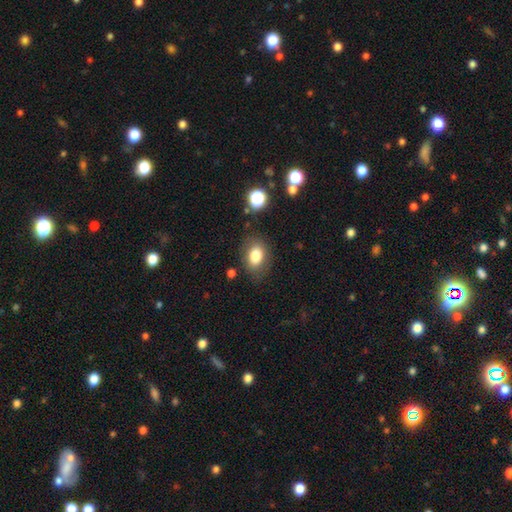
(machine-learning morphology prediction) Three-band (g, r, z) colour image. It shows a smooth galaxy with no disk features (81%) that is in between round and cigar-shaped (75%). Merging: none (78%).